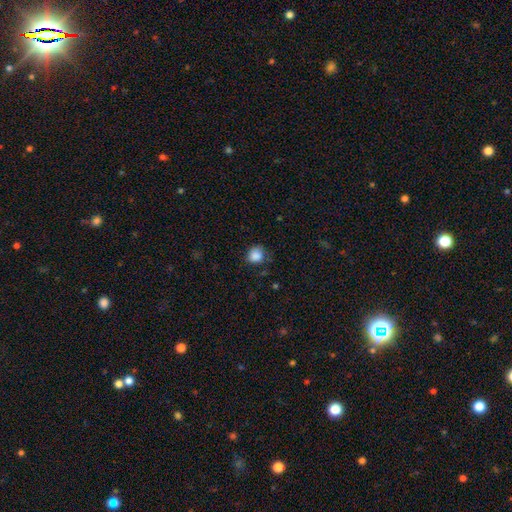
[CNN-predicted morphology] smooth_or_featured: smooth (p=0.86) [alt: star or artifact p=0.10]
how_rounded: round (p=0.72) [alt: in between p=0.27]
merging: none (p=0.67) [alt: minor disturbance p=0.25]